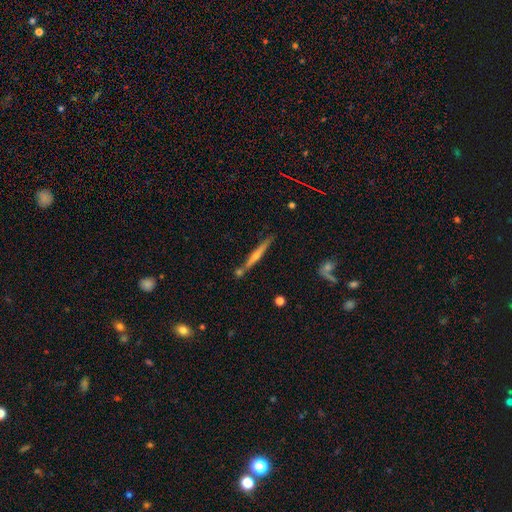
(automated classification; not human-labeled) This appears to be a featured or disk galaxy (66%) viewed edge-on (97%) with a rounded central bulge (67%). Merging: none (79%).